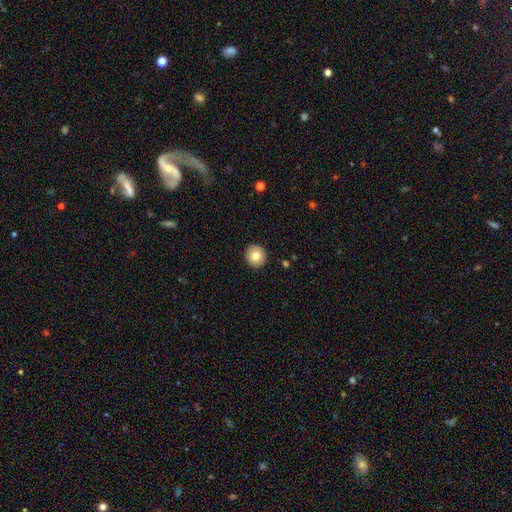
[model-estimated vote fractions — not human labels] smooth 78%, featured or disk 14%, star or artifact 8%. Down the decision tree: how rounded — round (92%); merging — none (92%).